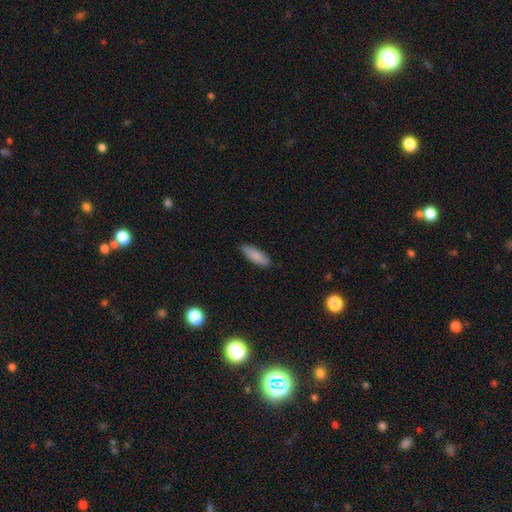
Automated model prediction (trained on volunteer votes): Q: Smooth or featured?
A: smooth (87%); runner-up: featured or disk (7%)
Q: How rounded?
A: in between (63%); runner-up: cigar-shaped (35%)
Q: Merging?
A: none (81%); runner-up: minor disturbance (15%)